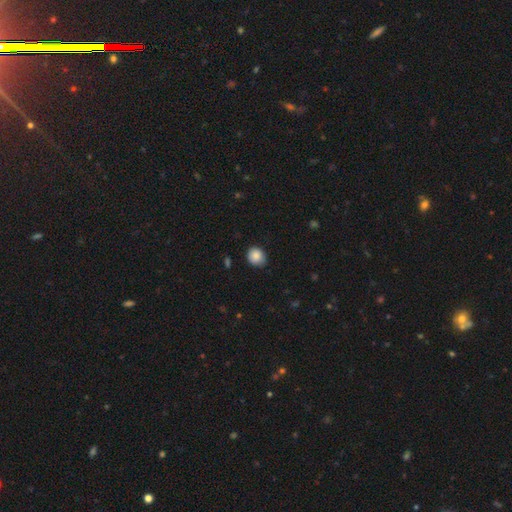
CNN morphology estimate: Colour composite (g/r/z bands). It shows a smooth galaxy with no disk features (87%) that is round (76%). Merging: none (78%).